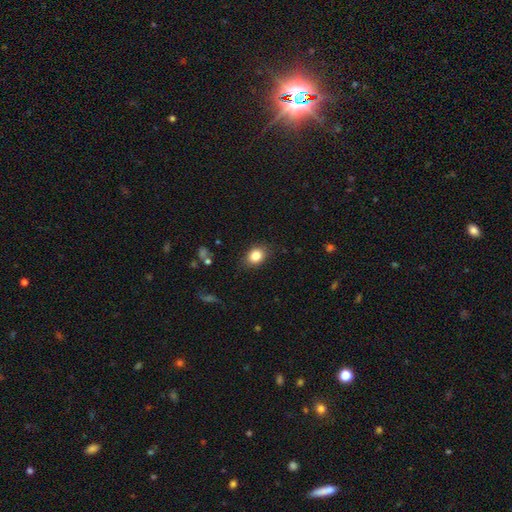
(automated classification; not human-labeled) Overall: smooth (83%). How rounded: in between (58%; round 41%). Merging: none (84%).